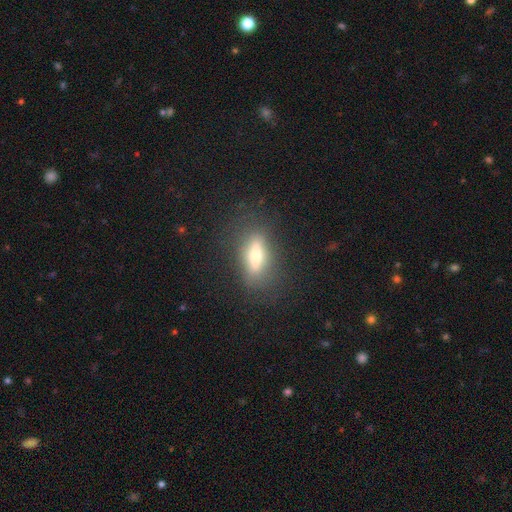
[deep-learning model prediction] Smooth or featured? Predicted: smooth (p=0.54). How rounded? Predicted: in between (p=0.52). Merging? Predicted: none (p=0.79).